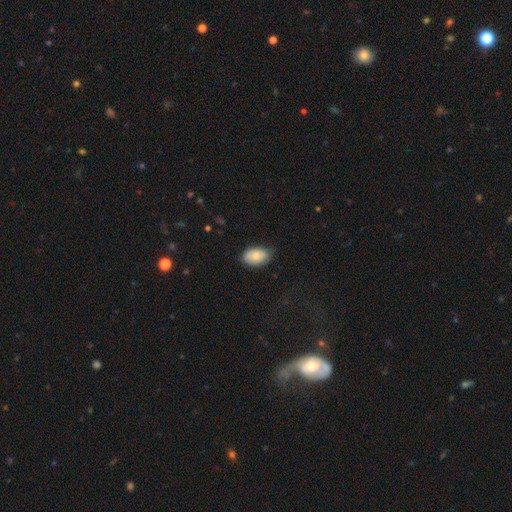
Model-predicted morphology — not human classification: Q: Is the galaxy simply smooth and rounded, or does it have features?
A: smooth — 81%.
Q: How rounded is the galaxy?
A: in between — 92%.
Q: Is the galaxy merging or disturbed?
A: none — 76%.